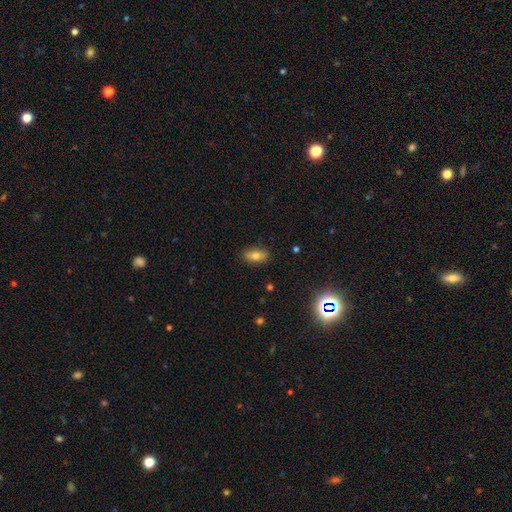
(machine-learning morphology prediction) Smooth or featured? Predicted: smooth (p=0.75). How rounded? Predicted: in between (p=0.87). Merging? Predicted: none (p=0.86).